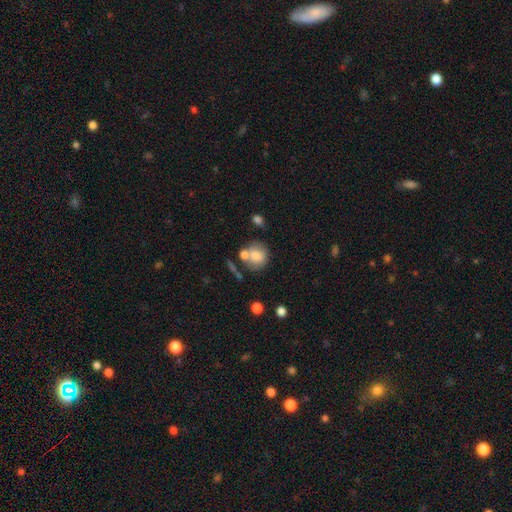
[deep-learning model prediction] The model was most divided on "merging": none: 53%, merger: 25%, minor disturbance: 15%, major disturbance: 6%. More confident: how rounded — round (78%); smooth or featured — smooth (77%).